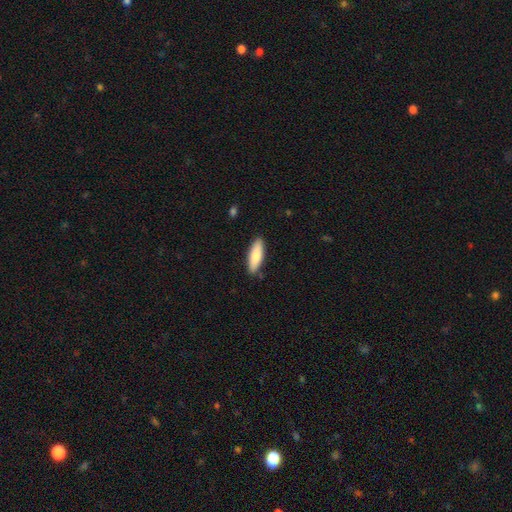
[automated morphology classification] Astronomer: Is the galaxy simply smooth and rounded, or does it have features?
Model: smooth — 81%.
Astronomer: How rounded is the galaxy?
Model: in between — 51% (runner-up: cigar-shaped, 47%).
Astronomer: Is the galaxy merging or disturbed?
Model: none — 87%.